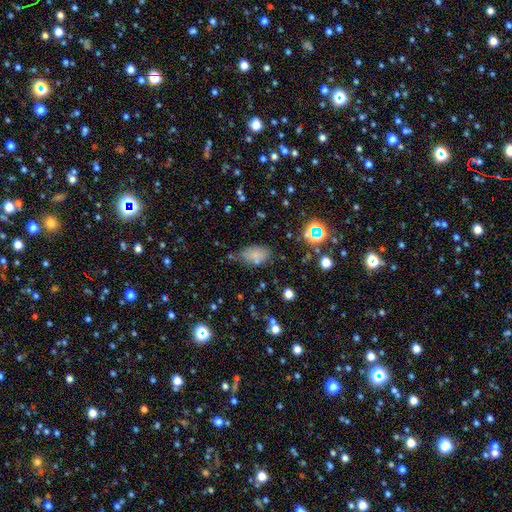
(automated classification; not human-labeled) Smooth or featured? smooth (72%)
How rounded? in between (90%)
Merging? none (60%)